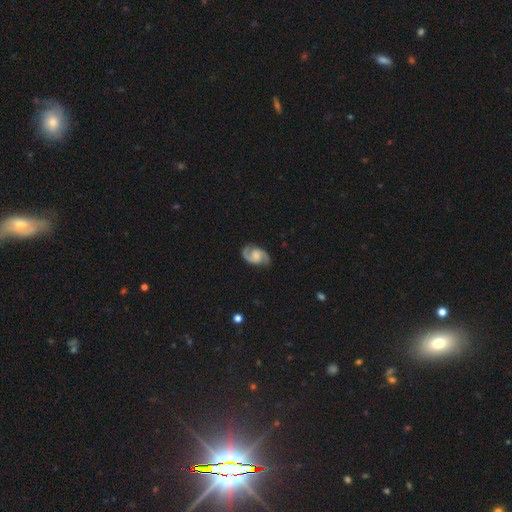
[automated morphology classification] The model was most divided on "bulge size" (2-way tie): small: 35%, moderate: 35%, none: 22%, large: 6%, dominant: 1%. Remaining: edge-on disk — no (98%); spiral arms — yes (98%); spiral arm count — 2 (94%); smooth or featured — featured or disk (88%); merging — none (82%); spiral winding — medium (56%); bar — no (47%).